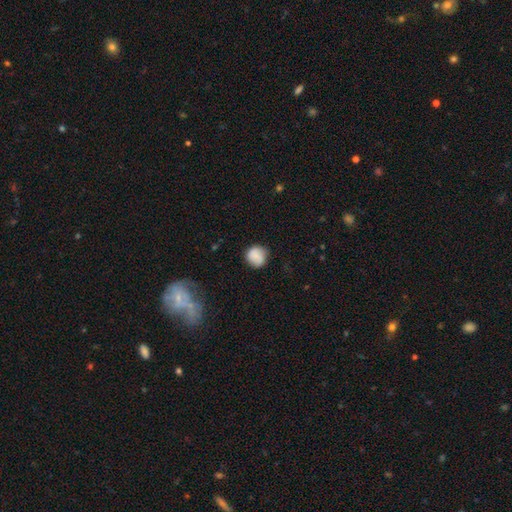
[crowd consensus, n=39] smooth_or_featured: smooth (p=0.69) [alt: featured or disk p=0.21]
how_rounded: round (p=0.74) [alt: in between p=0.26]
merging: none (p=0.71) [alt: major disturbance p=0.17]